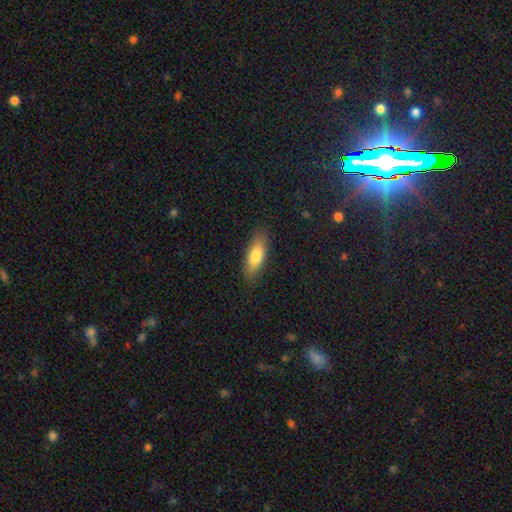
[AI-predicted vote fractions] Smooth or featured? Predicted: smooth (p=0.79). How rounded? Predicted: in between (p=0.67). Merging? Predicted: none (p=0.85).